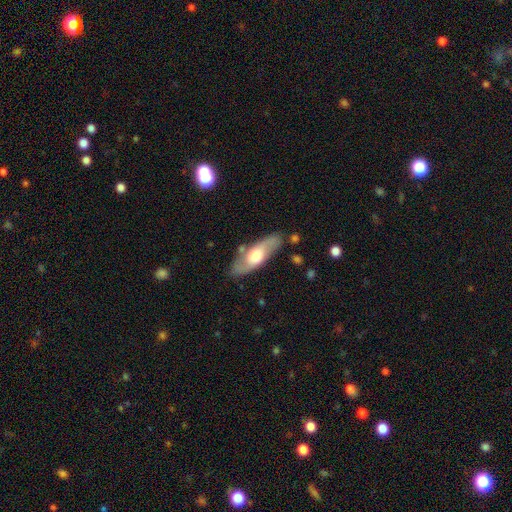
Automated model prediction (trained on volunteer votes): A featured or disk galaxy (51%).

Vote fractions:
- Smooth or featured? featured or disk: 51% / smooth: 44% / star or artifact: 5%
- Edge-on disk? no: 67% / yes: 33%
- Merging? none: 77% / minor disturbance: 15% / major disturbance: 4% / merger: 4%